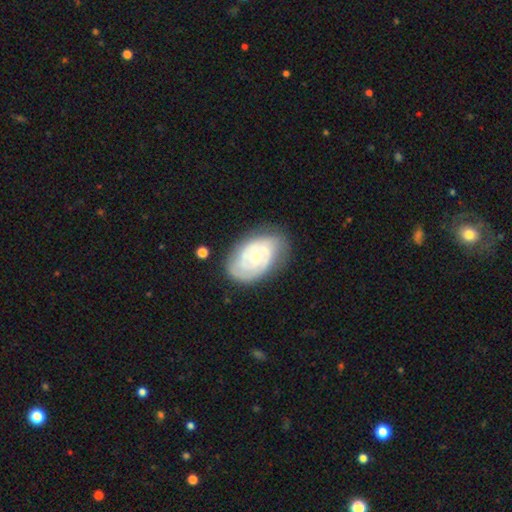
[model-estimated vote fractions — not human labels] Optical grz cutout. It shows a featured or disk galaxy (76%) with no bar (73%), 2 (37%) tight (71%) spiral arms (93%) and a small central bulge (70%). Merging: none (72%).